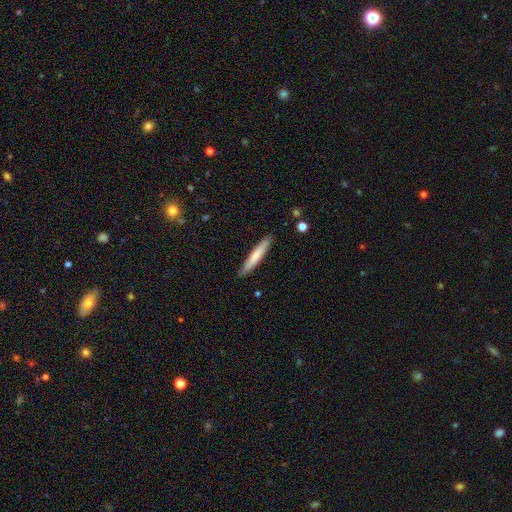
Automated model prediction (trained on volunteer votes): Morphology: type=smooth (69%); roundness=cigar-shaped (94%); merging=none (89%).